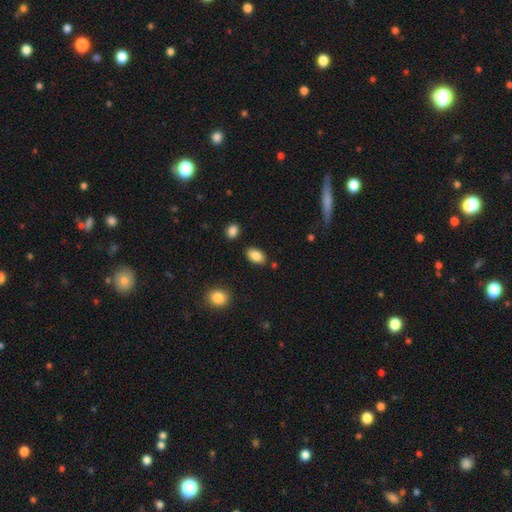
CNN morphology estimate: Overall: smooth (88%). How rounded: in between (92%). Merging: none (85%).